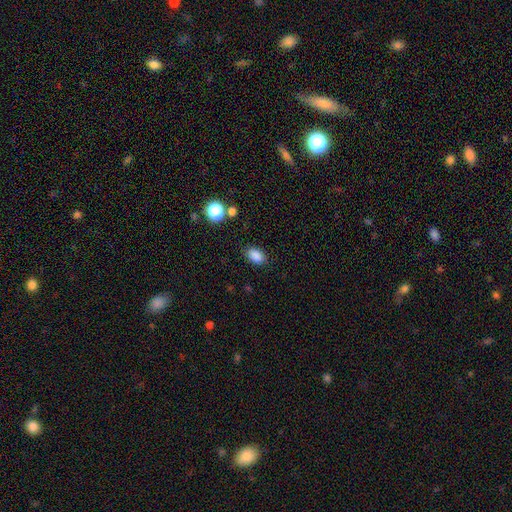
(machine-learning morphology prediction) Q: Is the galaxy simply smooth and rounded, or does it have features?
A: smooth — 86%.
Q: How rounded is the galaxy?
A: in between — 87%.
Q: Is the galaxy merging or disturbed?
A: none — 85%.